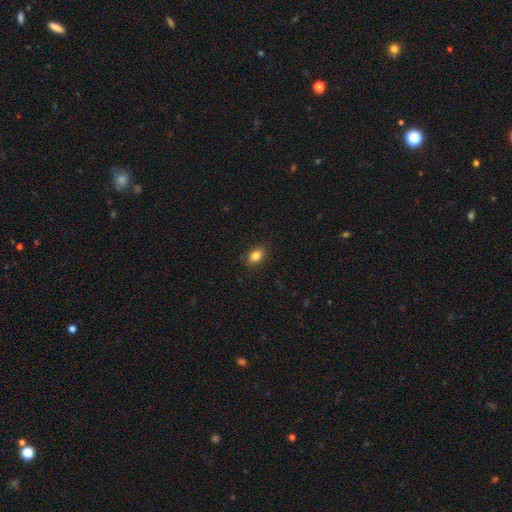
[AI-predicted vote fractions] smooth-or-featured: smooth: 84% | star or artifact: 9% | featured or disk: 7%
  how-rounded: in between: 82% | round: 16% | cigar-shaped: 2%
  merging: none: 87% | minor disturbance: 10% | major disturbance: 2% | merger: 1%